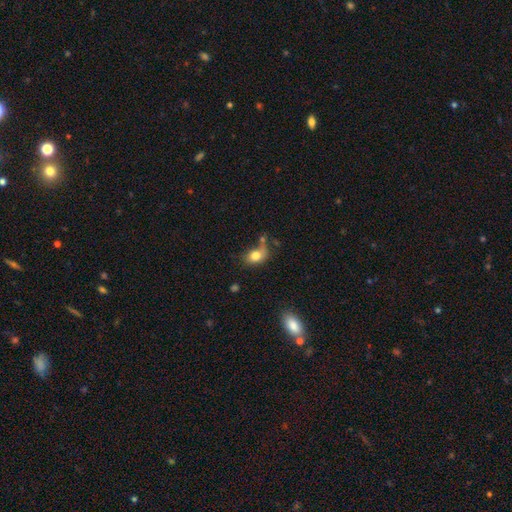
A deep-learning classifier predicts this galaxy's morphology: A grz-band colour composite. It shows a smooth galaxy with no disk features (79%) that is in between round and cigar-shaped (72%). Merging: none (46%).